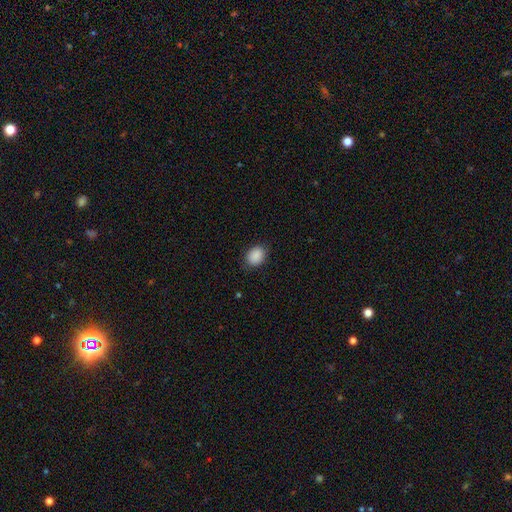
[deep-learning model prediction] smooth_or_featured: smooth (p=0.89) [alt: star or artifact p=0.08]
how_rounded: in between (p=0.60) [alt: round p=0.40]
merging: none (p=0.85) [alt: minor disturbance p=0.11]